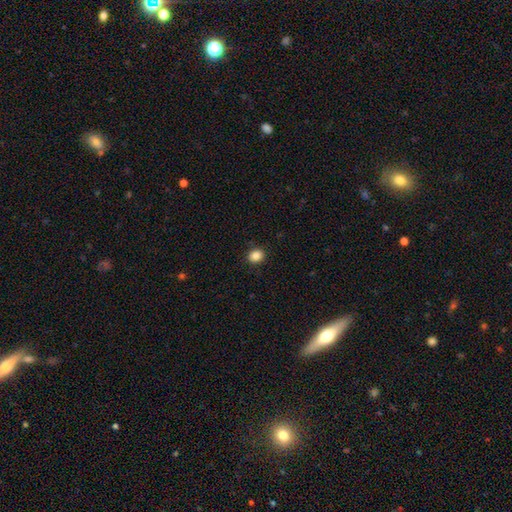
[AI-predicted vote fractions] smooth_or_featured: smooth (p=0.86) [alt: star or artifact p=0.10]
how_rounded: round (p=0.70) [alt: in between p=0.29]
merging: none (p=0.90) [alt: minor disturbance p=0.07]